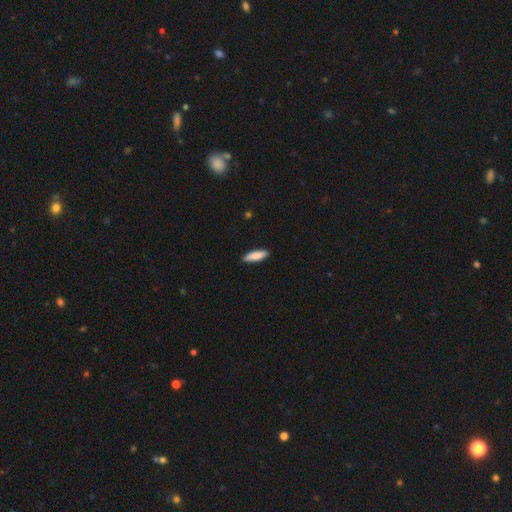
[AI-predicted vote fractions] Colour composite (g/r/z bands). It shows a smooth galaxy with no disk features (86%) that is cigar-shaped (59%). Merging: none (89%).